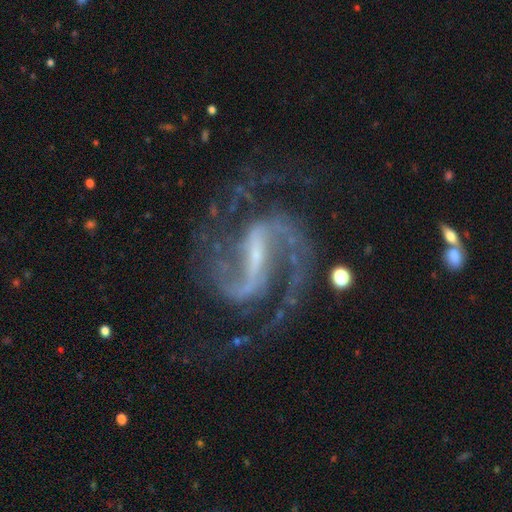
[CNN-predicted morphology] This is clearly a featured or disk galaxy (94%). It is clearly not viewed edge-on (98%). Bar: likely strong (65%). Spiral arm pattern: clearly yes (99%). Spiral arm count: clearly 2 (91%). Spiral winding: likely medium (65%). Central bulge: likely small (66%). Merging: likely none (73%).